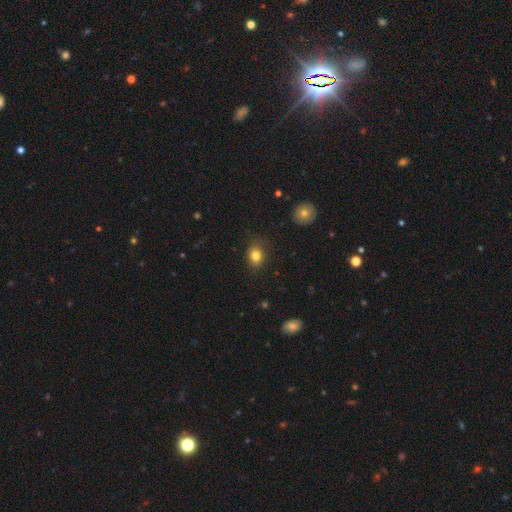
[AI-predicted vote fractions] This appears to be a smooth galaxy with no disk features (82%) that is round (52%). Merging: none (80%).